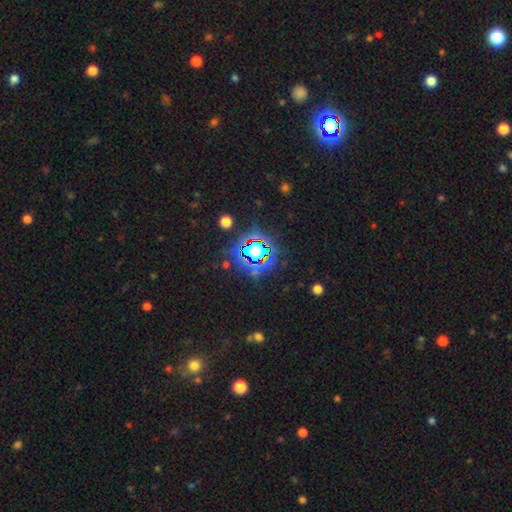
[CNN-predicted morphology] Q: Smooth or featured?
A: star or artifact (78%); runner-up: smooth (14%)